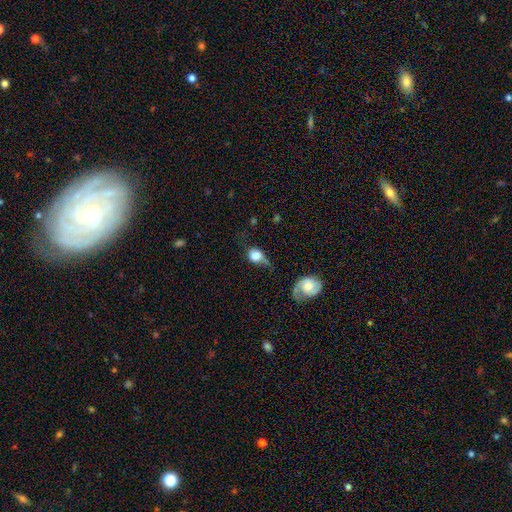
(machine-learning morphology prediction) Smooth or featured? smooth (70%)
How rounded? round (50%)
Merging? major disturbance (33%)